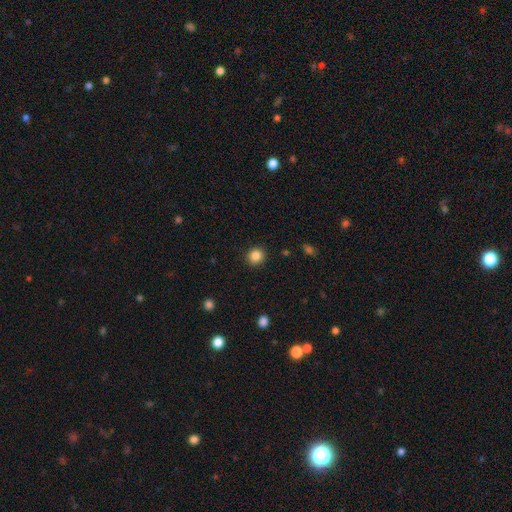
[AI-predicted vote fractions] smooth_or_featured: smooth (p=0.85) [alt: star or artifact p=0.11]
how_rounded: round (p=0.90) [alt: in between p=0.09]
merging: none (p=0.91) [alt: minor disturbance p=0.06]